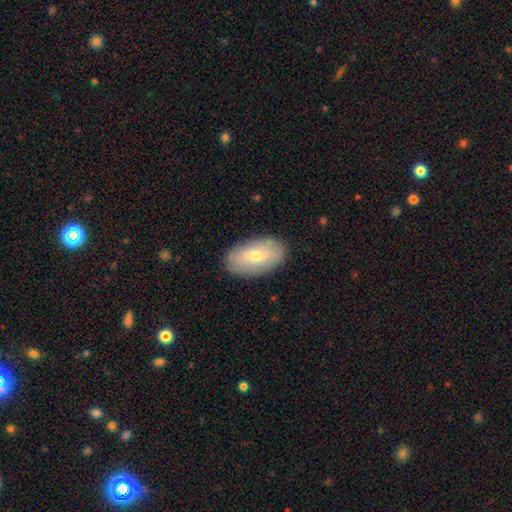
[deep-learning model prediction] smooth_or_featured: smooth (p=0.62) [alt: featured or disk p=0.31]
how_rounded: in between (p=0.93) [alt: round p=0.04]
merging: none (p=0.87) [alt: minor disturbance p=0.10]